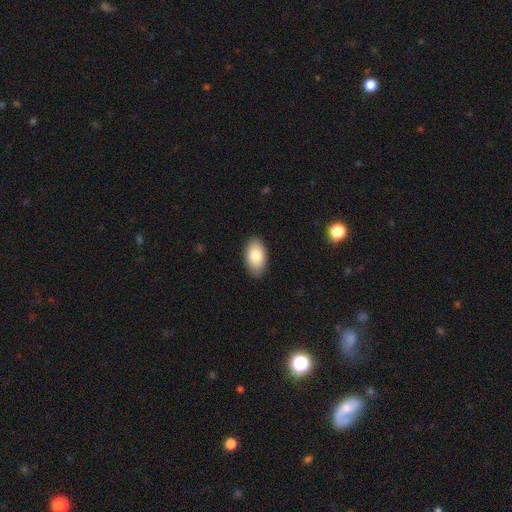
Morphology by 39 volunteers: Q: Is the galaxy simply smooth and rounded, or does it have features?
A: smooth — 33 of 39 (85%).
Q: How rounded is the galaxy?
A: in between — 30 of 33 (91%).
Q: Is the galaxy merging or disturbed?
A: none — 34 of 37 (92%).